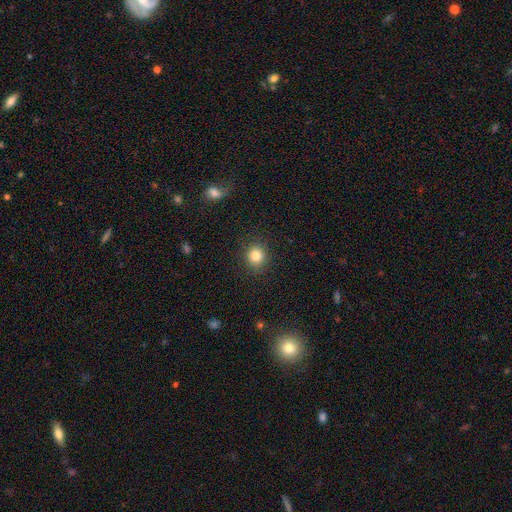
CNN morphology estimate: A smooth galaxy with no disk features (83%) that is round (86%).

Vote fractions:
- Smooth or featured? smooth: 83% / star or artifact: 11% / featured or disk: 6%
- How rounded? round: 86% / in between: 13% / cigar-shaped: 1%
- Merging? none: 89% / minor disturbance: 7% / major disturbance: 3% / merger: 1%